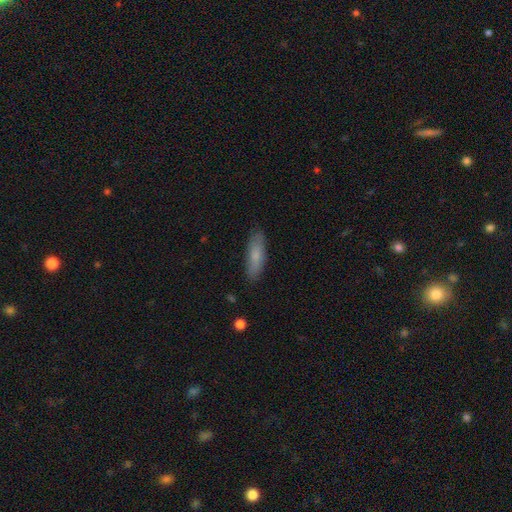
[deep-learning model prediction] The model was most divided on "how rounded": cigar-shaped: 51%, in between: 47%, round: 2%. More confident: merging — none (85%); smooth or featured — smooth (76%).